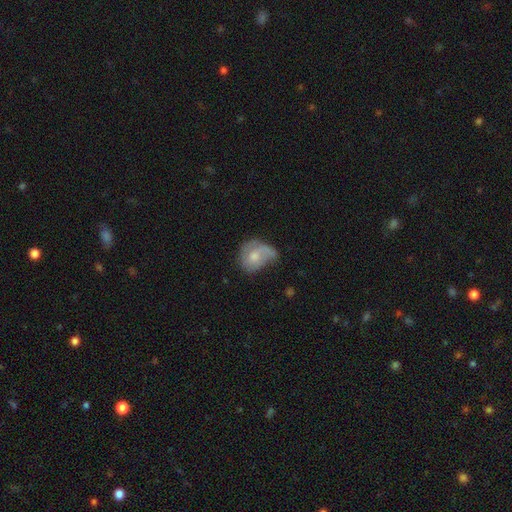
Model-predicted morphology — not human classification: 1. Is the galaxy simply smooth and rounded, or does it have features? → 48% smooth, 44% featured or disk, 8% star or artifact.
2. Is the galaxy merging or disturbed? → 34% minor disturbance, 32% none, 29% major disturbance, 6% merger.